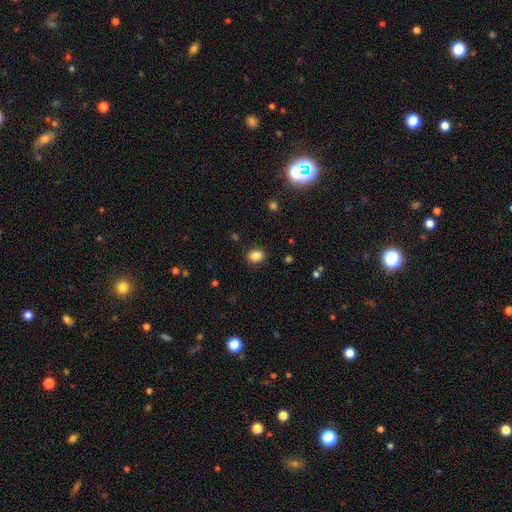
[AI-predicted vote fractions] smooth-or-featured: smooth: 86% | star or artifact: 10% | featured or disk: 4%
  how-rounded: in between: 50% | round: 49% | cigar-shaped: 1%
  merging: none: 88% | minor disturbance: 8% | major disturbance: 2% | merger: 1%